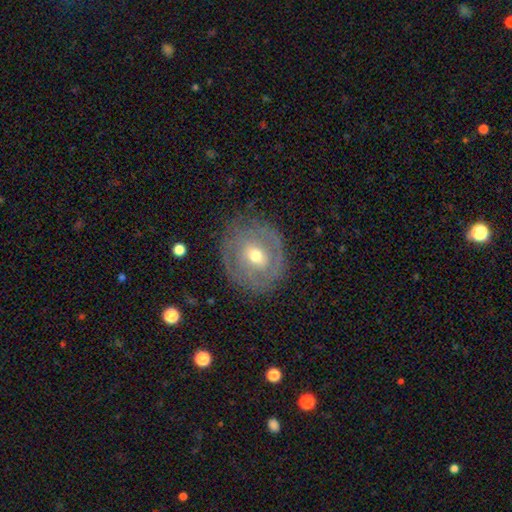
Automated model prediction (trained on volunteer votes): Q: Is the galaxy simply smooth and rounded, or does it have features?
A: featured or disk — 64%.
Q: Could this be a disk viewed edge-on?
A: no — 95%.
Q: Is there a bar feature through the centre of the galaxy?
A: no — 49%.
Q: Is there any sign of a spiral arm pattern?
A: yes — 59%.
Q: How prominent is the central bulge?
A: moderate — 66%.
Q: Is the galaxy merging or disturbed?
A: none — 76%.